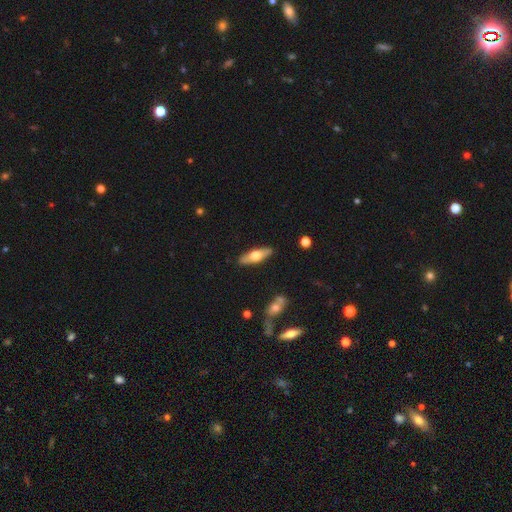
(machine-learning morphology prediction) smooth_or_featured: featured or disk (p=0.49) [alt: smooth p=0.46]
merging: none (p=0.88) [alt: minor disturbance p=0.09]